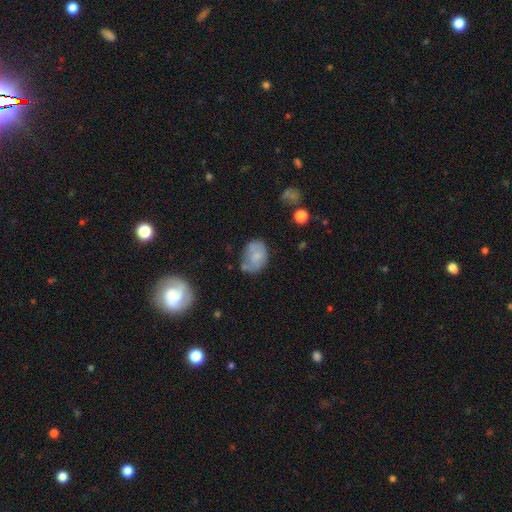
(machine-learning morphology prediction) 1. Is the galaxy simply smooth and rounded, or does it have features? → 65% smooth, 27% featured or disk, 9% star or artifact.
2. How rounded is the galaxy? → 74% in between, 25% round, 1% cigar-shaped.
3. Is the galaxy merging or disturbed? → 48% none, 31% minor disturbance, 13% major disturbance, 8% merger.